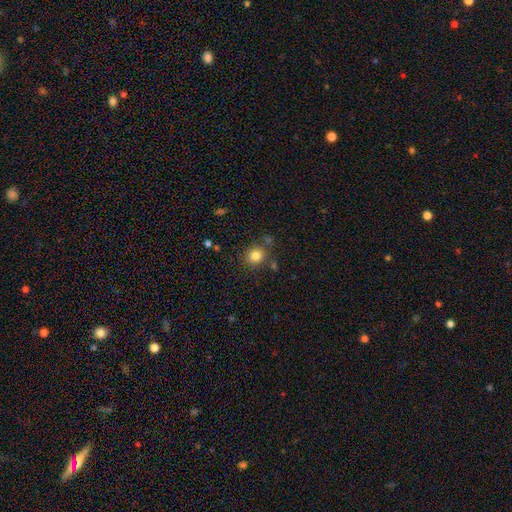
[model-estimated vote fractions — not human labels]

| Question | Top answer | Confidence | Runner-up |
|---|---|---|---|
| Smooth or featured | smooth | 82% | star or artifact (12%) |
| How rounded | round | 80% | in between (19%) |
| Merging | none | 79% | minor disturbance (11%) |